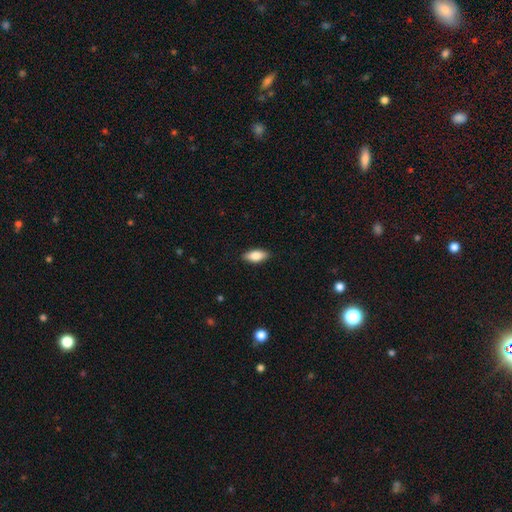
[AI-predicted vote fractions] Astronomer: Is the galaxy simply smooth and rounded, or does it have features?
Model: smooth — 84%.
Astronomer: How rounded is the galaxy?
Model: in between — 88%.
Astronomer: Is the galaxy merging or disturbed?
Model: none — 89%.